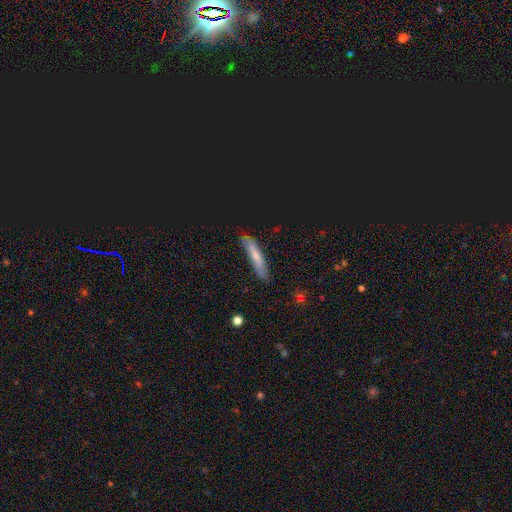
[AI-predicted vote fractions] smooth 58%, featured or disk 29%, star or artifact 12%. Down the decision tree: how rounded — cigar-shaped (83%); merging — none (77%).